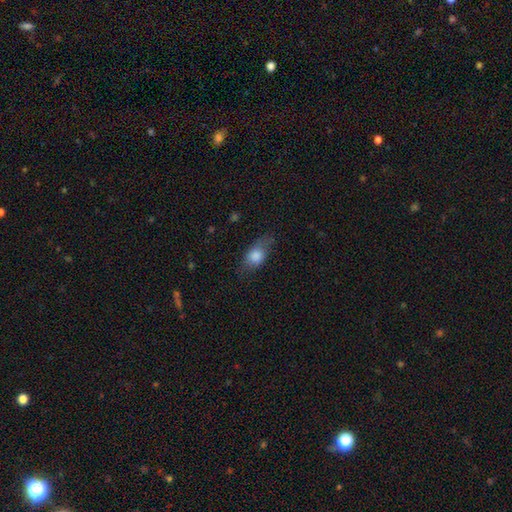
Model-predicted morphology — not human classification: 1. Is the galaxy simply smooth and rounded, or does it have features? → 76% smooth, 16% featured or disk, 8% star or artifact.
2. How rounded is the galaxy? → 79% in between, 13% round, 8% cigar-shaped.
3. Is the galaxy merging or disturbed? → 64% none, 25% minor disturbance, 10% major disturbance, 1% merger.